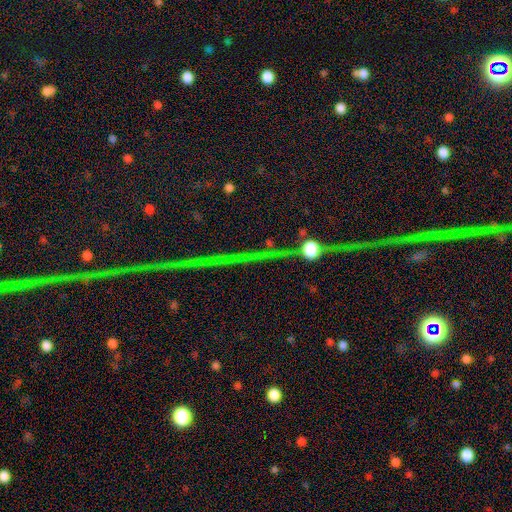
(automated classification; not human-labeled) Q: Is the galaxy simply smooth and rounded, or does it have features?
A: star or artifact — 78%.